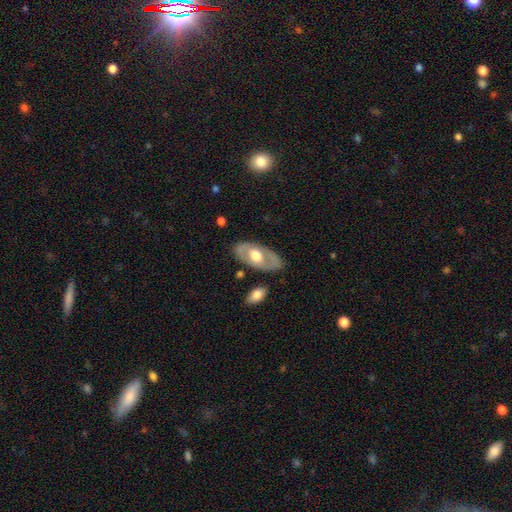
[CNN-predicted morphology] This is possibly a featured or disk galaxy (54%). It is clearly not viewed edge-on (84%). Merging: likely none (79%).